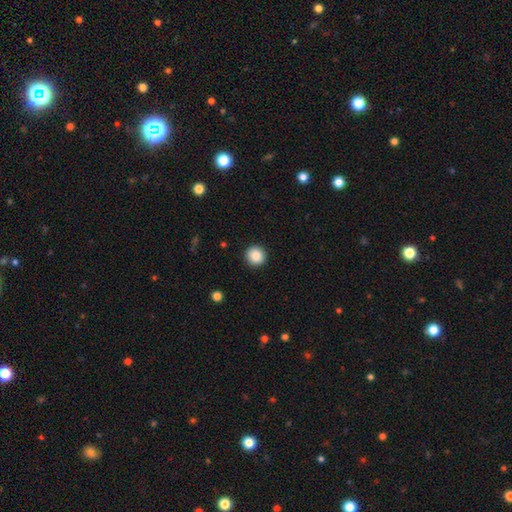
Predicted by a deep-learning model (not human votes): The model was most divided on "smooth or featured": smooth: 88%, star or artifact: 9%, featured or disk: 3%. More confident: how rounded — round (95%); merging — none (92%).